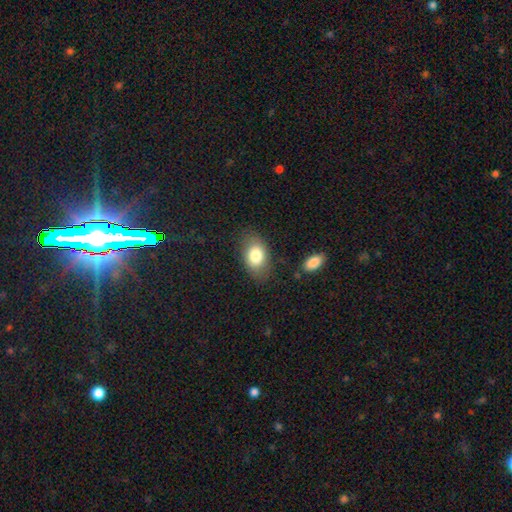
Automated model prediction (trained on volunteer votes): smooth 80%, featured or disk 12%, star or artifact 8%. Down the decision tree: how rounded — in between (86%); merging — none (76%).